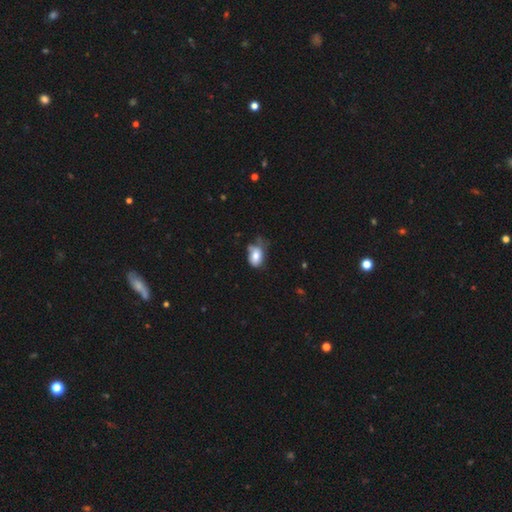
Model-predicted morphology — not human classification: Smooth or featured? Predicted: smooth (p=0.76). How rounded? Predicted: in between (p=0.83). Merging? Predicted: minor disturbance (p=0.40).